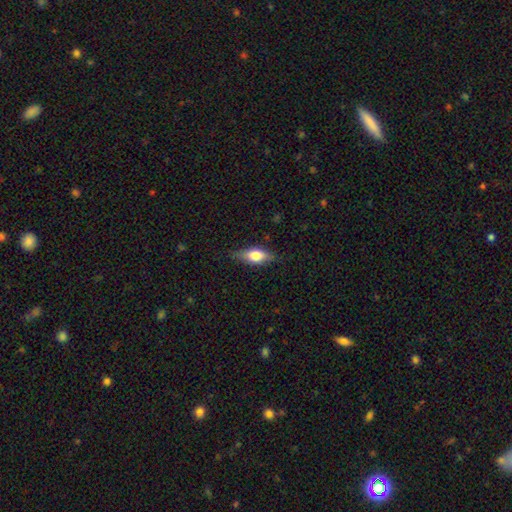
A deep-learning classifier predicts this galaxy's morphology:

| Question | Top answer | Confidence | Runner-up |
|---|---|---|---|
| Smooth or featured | smooth | 63% | featured or disk (30%) |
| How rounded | in between | 73% | cigar-shaped (22%) |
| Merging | none | 79% | minor disturbance (17%) |